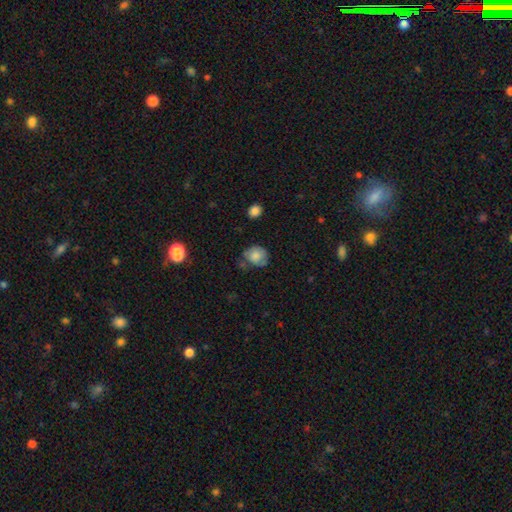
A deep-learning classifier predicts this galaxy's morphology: A smooth galaxy with no disk features (70%) that is round (72%). Merging: none (53%).